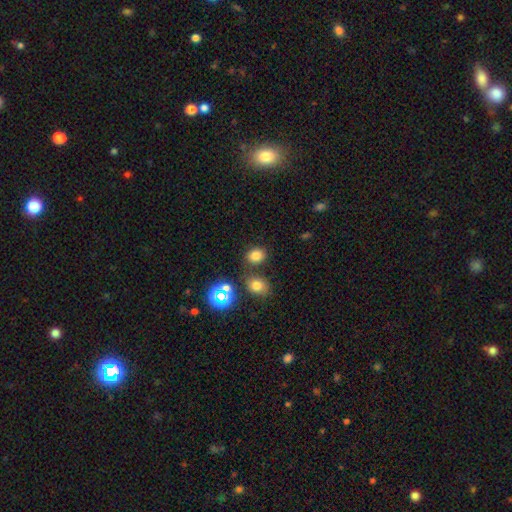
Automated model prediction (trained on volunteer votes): This is likely a smooth galaxy (75%). How rounded: likely round (62%). Merging: likely none (74%).